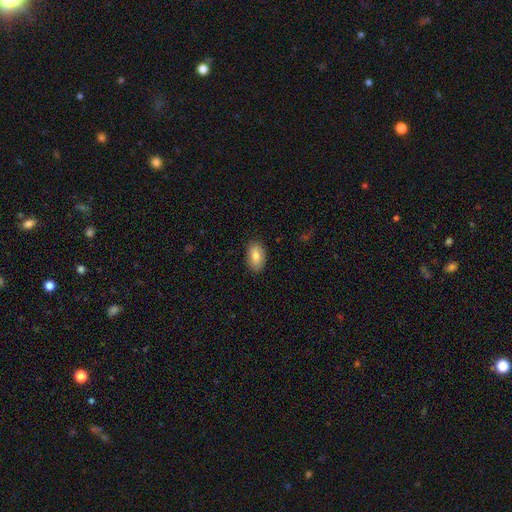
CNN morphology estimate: Smooth or featured? smooth (82%)
How rounded? in between (93%)
Merging? none (86%)